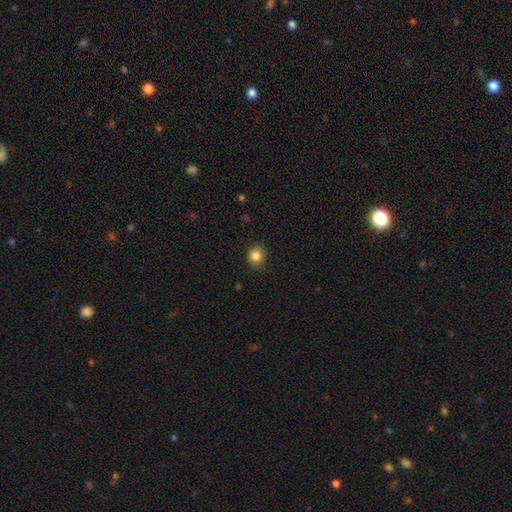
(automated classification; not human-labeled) Smooth or featured: smooth — 85% (star or artifact — 10%)
How rounded: round — 82% (in between — 18%)
Merging: none — 86% (minor disturbance — 10%)